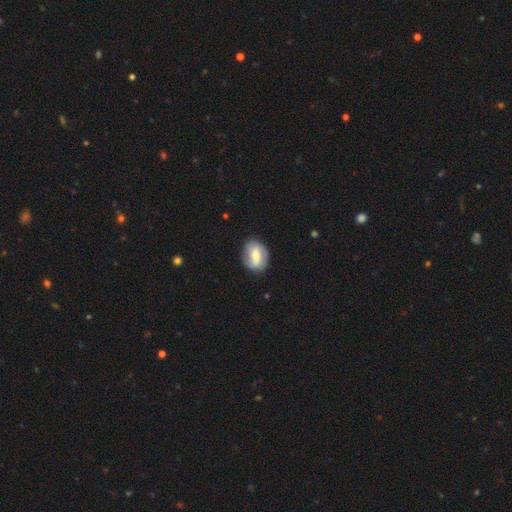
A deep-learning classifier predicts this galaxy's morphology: The model was most divided on "bar": weak: 42%, strong: 31%, no: 27%. More confident: edge-on disk — no (96%); spiral arms — yes (79%); merging — none (79%); smooth or featured — featured or disk (59%); bulge size — moderate (55%).